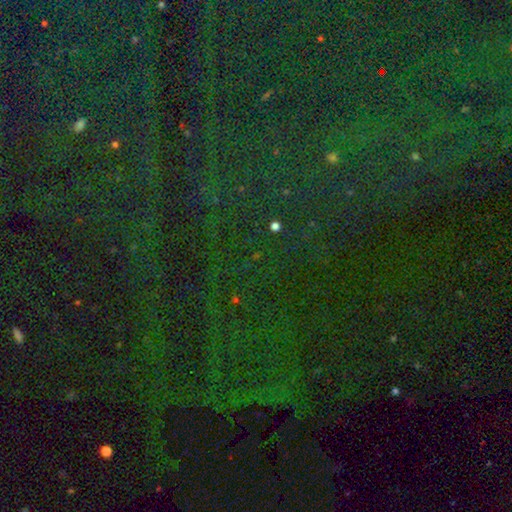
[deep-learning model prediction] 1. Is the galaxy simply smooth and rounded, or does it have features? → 82% star or artifact, 10% smooth, 8% featured or disk.